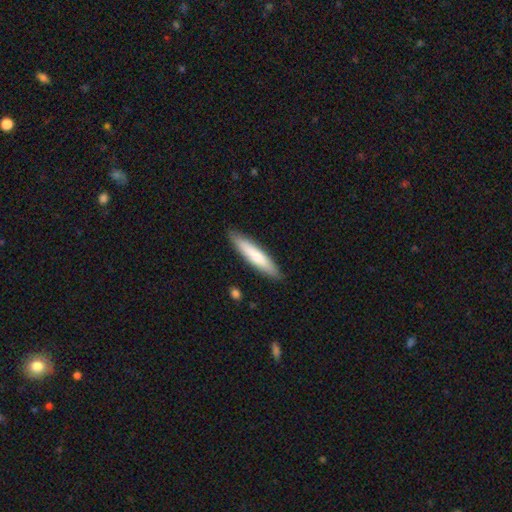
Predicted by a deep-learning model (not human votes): smooth 72%, featured or disk 23%, star or artifact 5%. Down the decision tree: how rounded — cigar-shaped (87%); merging — none (88%).